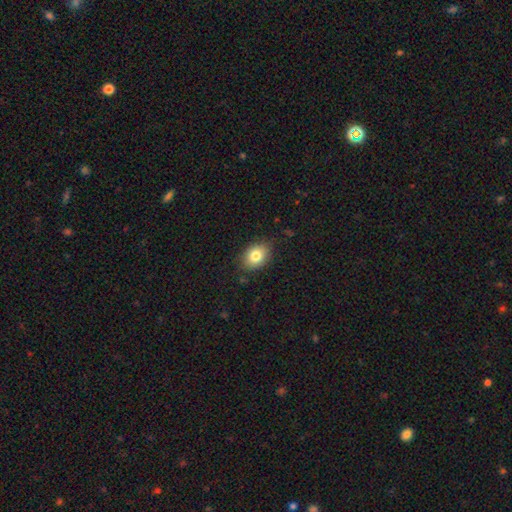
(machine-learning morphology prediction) smooth_or_featured: smooth (p=0.81) [alt: featured or disk p=0.10]
how_rounded: in between (p=0.67) [alt: round p=0.32]
merging: none (p=0.83) [alt: minor disturbance p=0.13]